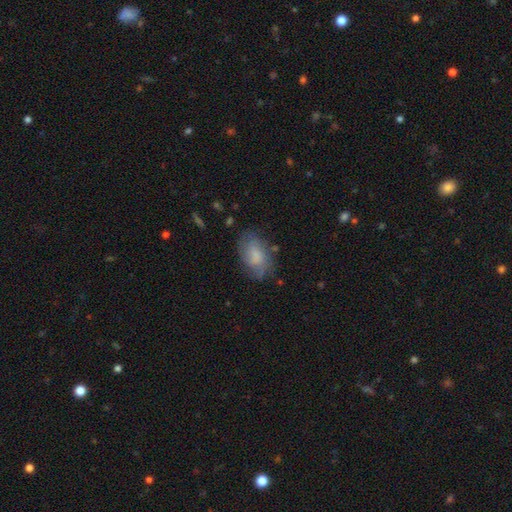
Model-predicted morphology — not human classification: smooth-or-featured: smooth: 63% | featured or disk: 29% | star or artifact: 8%
  how-rounded: in between: 90% | round: 9% | cigar-shaped: 2%
  merging: none: 67% | minor disturbance: 23% | major disturbance: 8% | merger: 2%